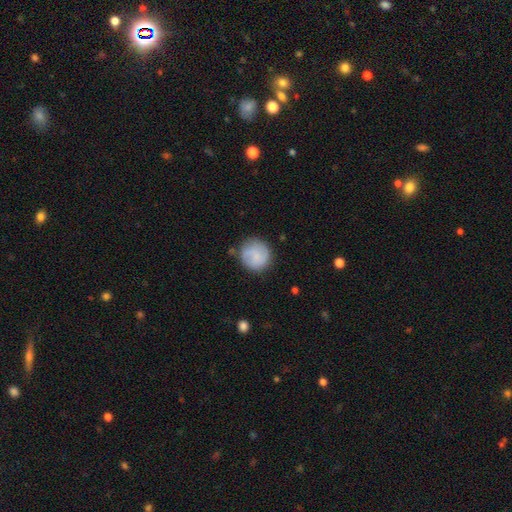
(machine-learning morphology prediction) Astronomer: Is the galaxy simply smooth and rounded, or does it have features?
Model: smooth — 66%.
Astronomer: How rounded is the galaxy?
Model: round — 90%.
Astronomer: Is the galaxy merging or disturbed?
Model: none — 76%.